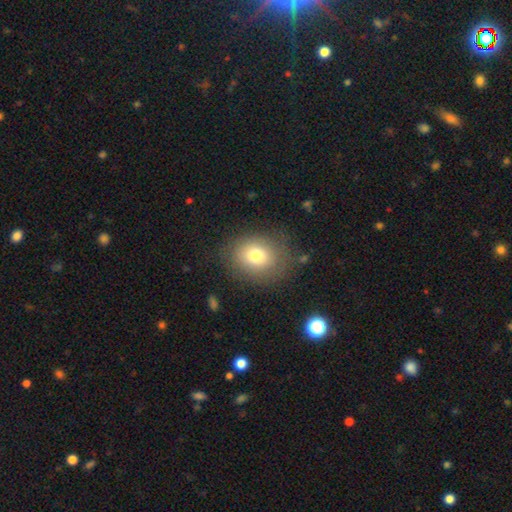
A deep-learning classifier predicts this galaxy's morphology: This is likely a smooth galaxy (76%). How rounded: likely round (61%). Merging: likely none (78%).